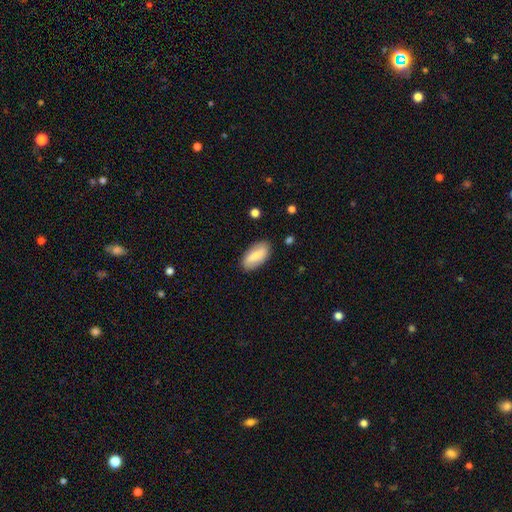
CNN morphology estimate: Q: Smooth or featured?
A: smooth (78%); runner-up: featured or disk (16%)
Q: How rounded?
A: in between (91%); runner-up: cigar-shaped (7%)
Q: Merging?
A: none (86%); runner-up: minor disturbance (11%)